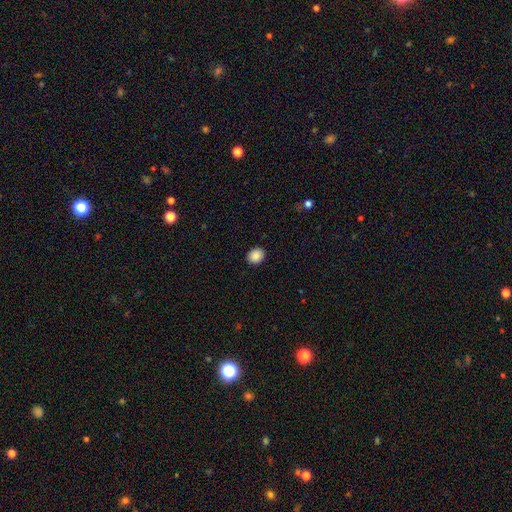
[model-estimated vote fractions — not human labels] smooth_or_featured: smooth (p=0.88) [alt: star or artifact p=0.08]
how_rounded: round (p=0.56) [alt: in between p=0.43]
merging: none (p=0.90) [alt: minor disturbance p=0.07]